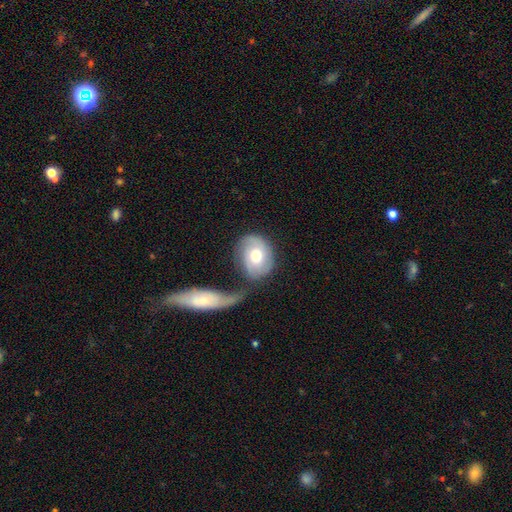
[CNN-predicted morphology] Smooth or featured? smooth (52%)
How rounded? in between (52%)
Merging? none (46%)